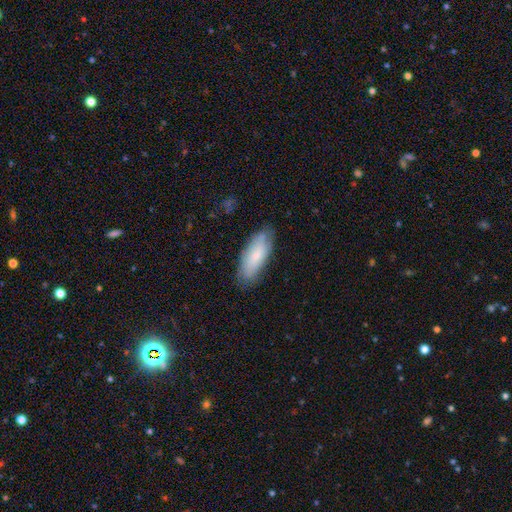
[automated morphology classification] A smooth galaxy with no disk features (70%) that is in between round and cigar-shaped (73%).

Vote fractions:
- Smooth or featured? smooth: 70% / featured or disk: 24% / star or artifact: 6%
- How rounded? in between: 73% / cigar-shaped: 25% / round: 2%
- Merging? none: 78% / minor disturbance: 17% / major disturbance: 3% / merger: 1%